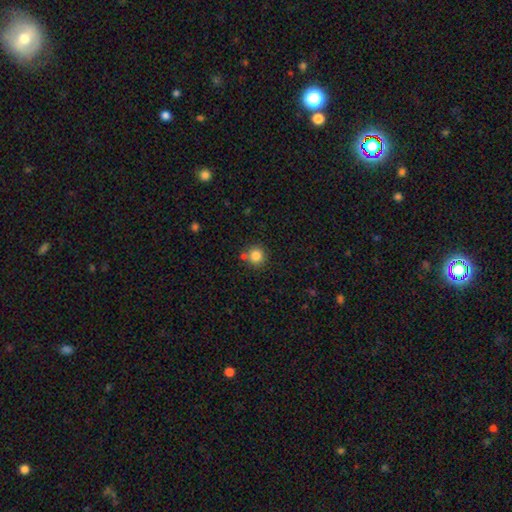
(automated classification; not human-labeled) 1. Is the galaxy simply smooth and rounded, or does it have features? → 84% smooth, 11% star or artifact, 5% featured or disk.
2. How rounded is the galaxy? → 92% round, 7% in between, 1% cigar-shaped.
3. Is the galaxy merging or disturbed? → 78% none, 10% merger, 9% minor disturbance, 3% major disturbance.